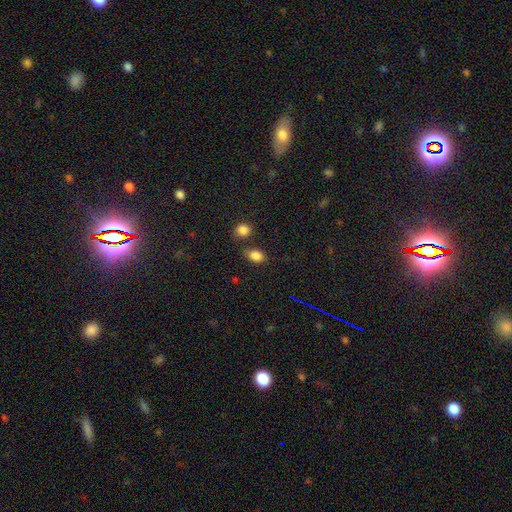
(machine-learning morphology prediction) smooth-or-featured: smooth: 84% | star or artifact: 11% | featured or disk: 5%
  how-rounded: in between: 74% | round: 25% | cigar-shaped: 1%
  merging: none: 67% | minor disturbance: 16% | merger: 12% | major disturbance: 4%